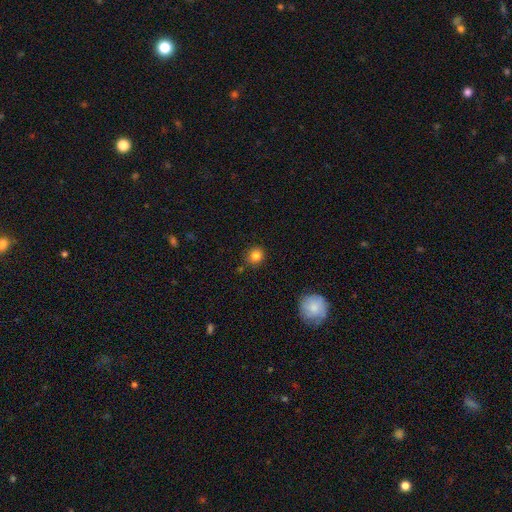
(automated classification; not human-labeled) smooth 83%, star or artifact 12%, featured or disk 5%. Down the decision tree: how rounded — round (89%); merging — none (85%).